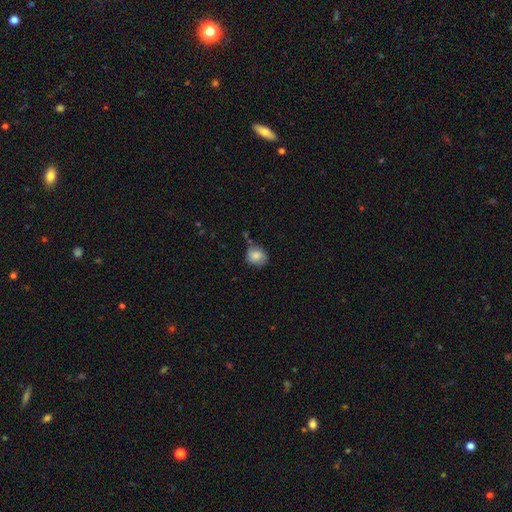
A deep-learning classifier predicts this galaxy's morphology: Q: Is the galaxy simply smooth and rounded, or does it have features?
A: smooth — 79%.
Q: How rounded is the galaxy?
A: round — 71%.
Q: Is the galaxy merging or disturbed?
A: none — 64%.